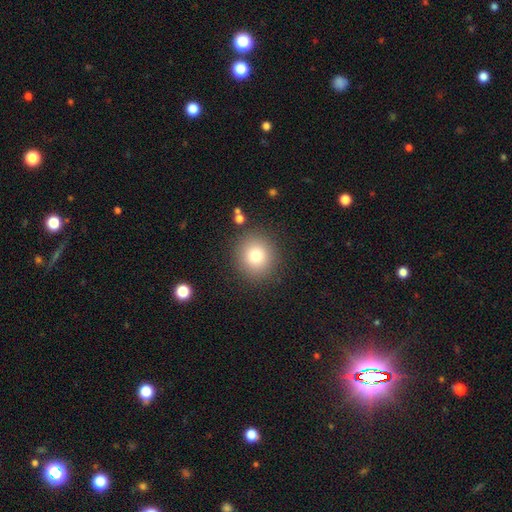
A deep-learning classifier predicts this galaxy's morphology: smooth_or_featured: smooth (p=0.77) [alt: star or artifact p=0.13]
how_rounded: round (p=0.90) [alt: in between p=0.09]
merging: none (p=0.88) [alt: minor disturbance p=0.07]